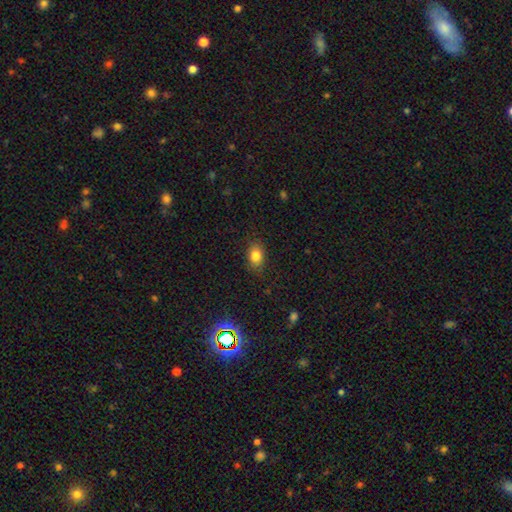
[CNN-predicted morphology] The model was most divided on "how rounded": in between: 75%, round: 23%, cigar-shaped: 2%. More confident: smooth or featured — smooth (82%); merging — none (82%).